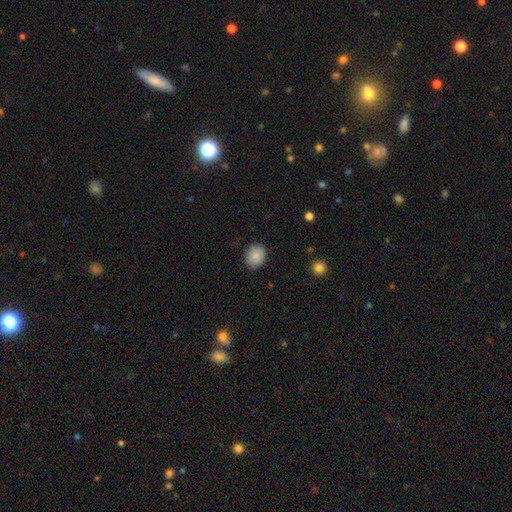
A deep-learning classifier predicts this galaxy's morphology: smooth 86%, star or artifact 8%, featured or disk 6%. Down the decision tree: how rounded — round (53%); merging — none (84%).